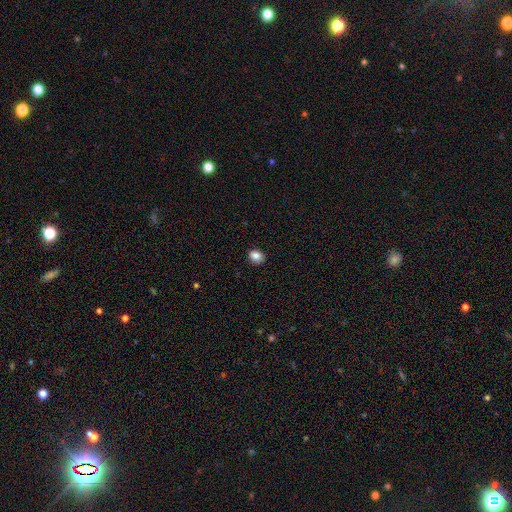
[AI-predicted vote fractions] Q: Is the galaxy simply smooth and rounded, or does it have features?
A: smooth — 85%.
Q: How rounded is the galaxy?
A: round — 53%.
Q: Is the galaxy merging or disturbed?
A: none — 89%.